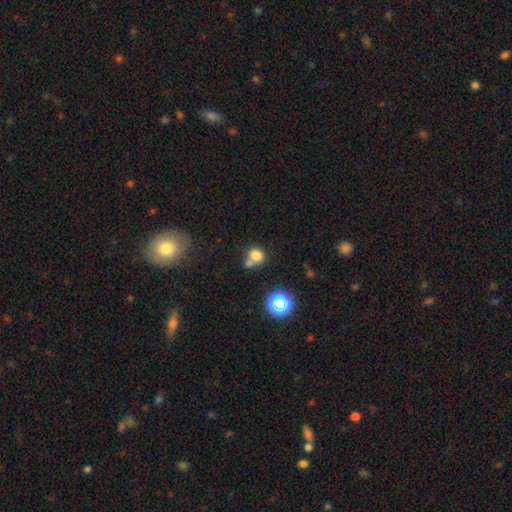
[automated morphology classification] This appears to be a smooth galaxy with no disk features (76%) that is round (77%). Merging: none (46%).